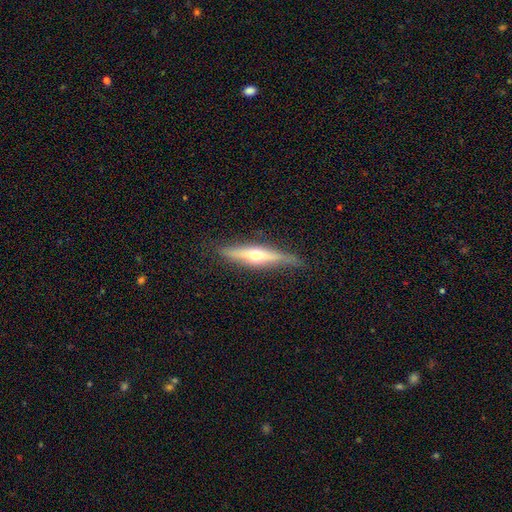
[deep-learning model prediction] Smooth or featured: featured or disk — 67% (smooth — 27%)
Edge-on disk: yes — 94% (no — 6%)
Edge-on bulge: rounded — 91% (none — 5%)
Merging: none — 83% (minor disturbance — 13%)